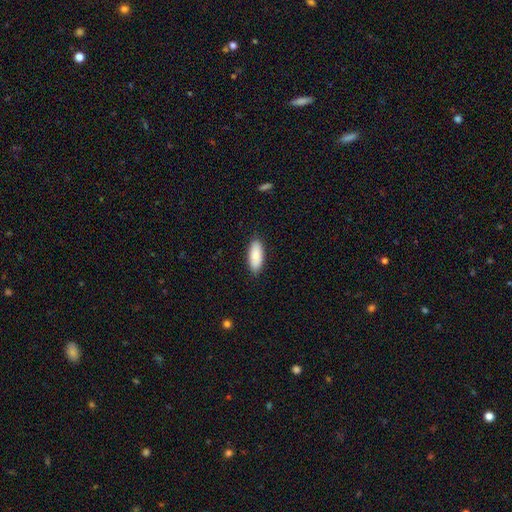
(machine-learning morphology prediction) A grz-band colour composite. It shows a smooth galaxy with no disk features (88%) that is in between round and cigar-shaped (78%). Merging: none (88%).